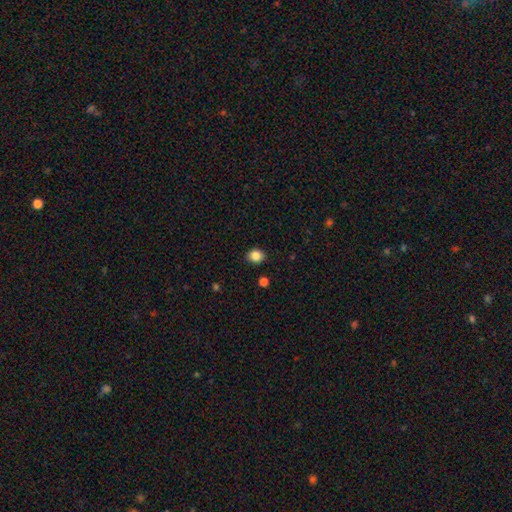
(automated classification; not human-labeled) Overall: smooth (86%). How rounded: round (63%; in between 36%). Merging: none (90%).